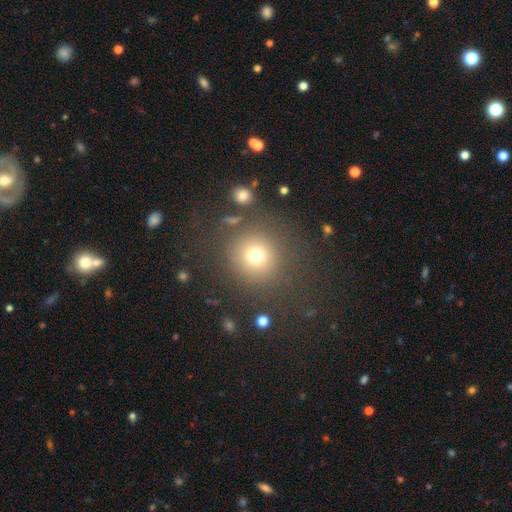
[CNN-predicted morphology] The model was most divided on "smooth or featured": smooth: 74%, star or artifact: 17%, featured or disk: 9%. More confident: how rounded — round (92%); merging — none (82%).